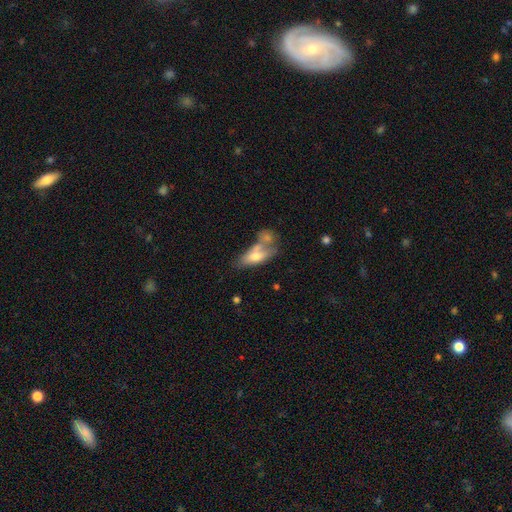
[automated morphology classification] Overall: smooth (62%; featured or disk 31%). How rounded: in between (71%). Merging: merger (47%; none 29%).